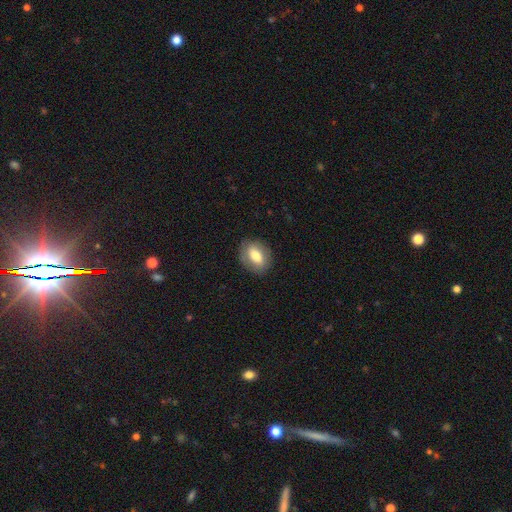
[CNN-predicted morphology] smooth-or-featured: smooth: 69% | featured or disk: 23% | star or artifact: 7%
  how-rounded: in between: 75% | round: 23% | cigar-shaped: 2%
  merging: none: 84% | minor disturbance: 12% | major disturbance: 4% | merger: 1%